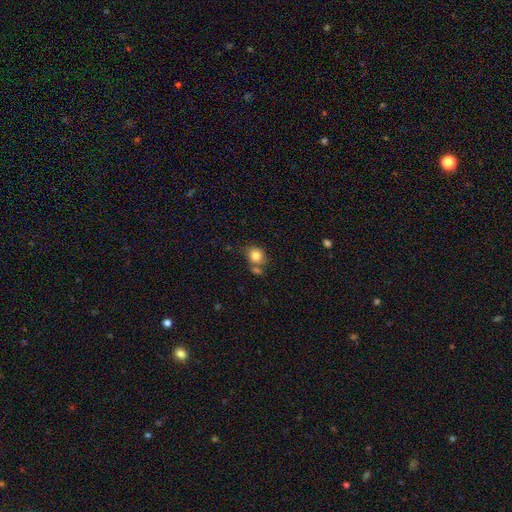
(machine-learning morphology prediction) smooth-or-featured: smooth: 82% | star or artifact: 10% | featured or disk: 8%
  how-rounded: round: 72% | in between: 27% | cigar-shaped: 1%
  merging: none: 58% | merger: 22% | minor disturbance: 15% | major disturbance: 5%